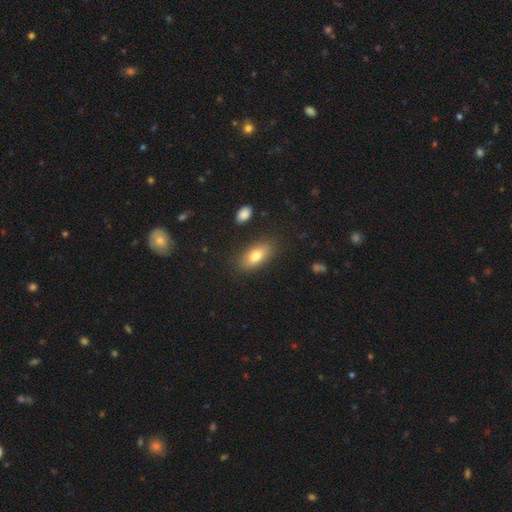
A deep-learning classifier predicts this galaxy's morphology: smooth 77%, featured or disk 15%, star or artifact 8%. Down the decision tree: how rounded — in between (84%); merging — none (84%).